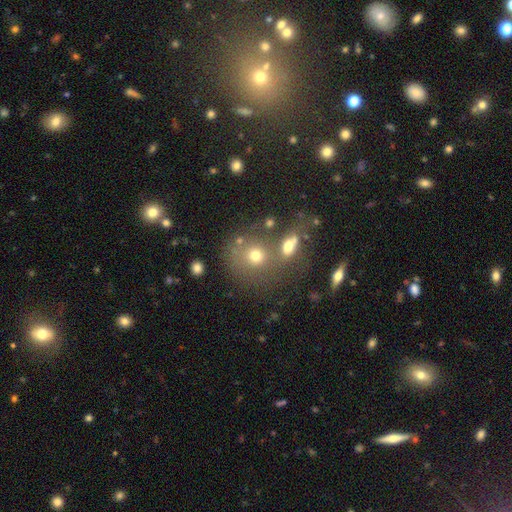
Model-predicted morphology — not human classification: Smooth or featured?
  - smooth: 68% *
  - star or artifact: 16%
  - featured or disk: 15%
How rounded?
  - round: 81% *
  - in between: 18%
  - cigar-shaped: 1%
Merging?
  - none: 48% *
  - merger: 34%
  - minor disturbance: 11%
  - major disturbance: 7%